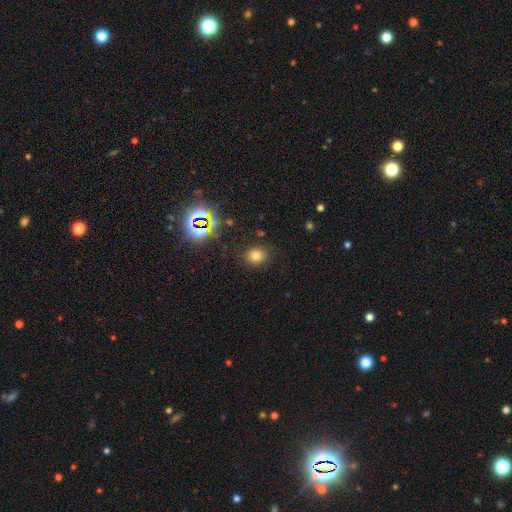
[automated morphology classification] A smooth galaxy with no disk features (73%) that is round (69%). Merging: none (86%).